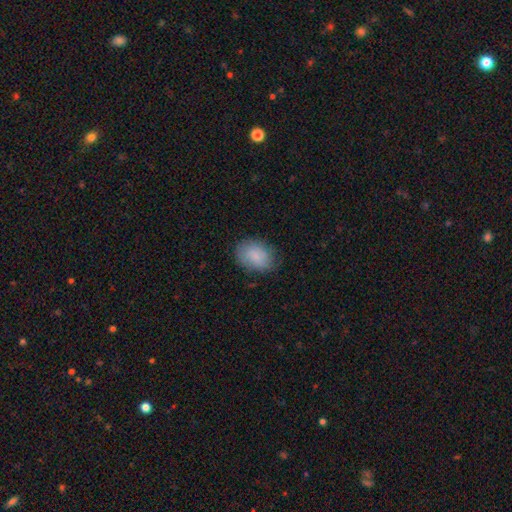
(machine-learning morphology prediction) Smooth or featured? smooth (83%)
How rounded? in between (75%)
Merging? none (74%)